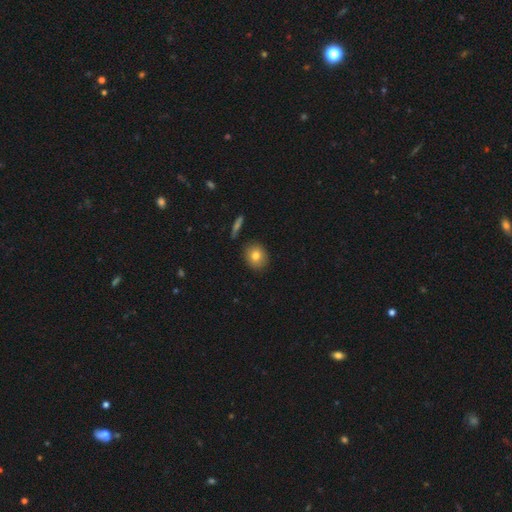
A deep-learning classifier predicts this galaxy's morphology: type=smooth (78%); roundness=round (71%); merging=none (87%).